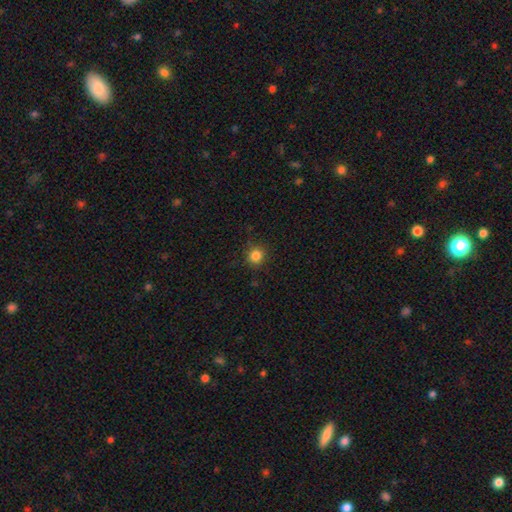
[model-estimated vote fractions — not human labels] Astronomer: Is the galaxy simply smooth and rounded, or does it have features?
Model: smooth — 84%.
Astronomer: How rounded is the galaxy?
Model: round — 92%.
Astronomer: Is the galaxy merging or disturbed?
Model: none — 89%.